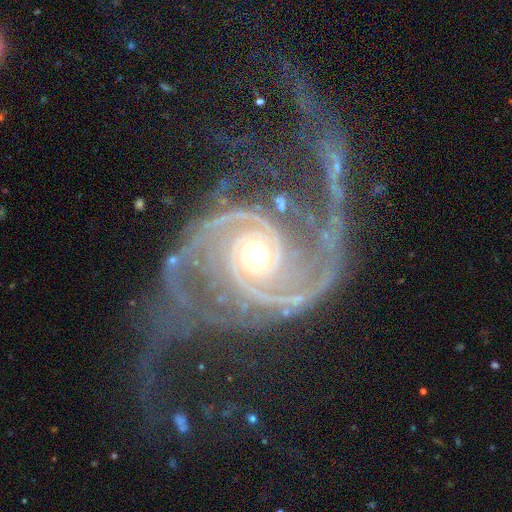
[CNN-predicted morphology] smooth_or_featured: featured or disk (p=0.93) [alt: star or artifact p=0.04]
disk_edge_on: no (p=0.98) [alt: yes p=0.02]
bar: no (p=0.70) [alt: weak p=0.18]
has_spiral_arms: yes (p=0.99) [alt: no p=0.01]
spiral_winding: tight (p=0.51) [alt: medium p=0.38]
spiral_arm_count: 2 (p=0.48) [alt: 3 p=0.17]
bulge_size: moderate (p=0.68) [alt: small p=0.19]
merging: none (p=0.58) [alt: major disturbance p=0.19]